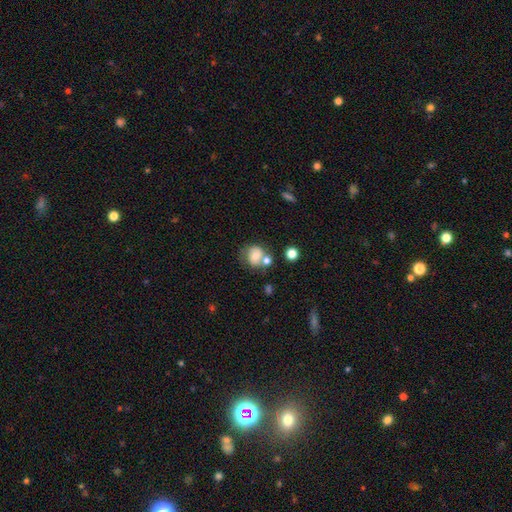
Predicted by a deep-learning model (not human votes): smooth 64%, featured or disk 26%, star or artifact 10%. Down the decision tree: how rounded — round (71%); merging — none (43%).